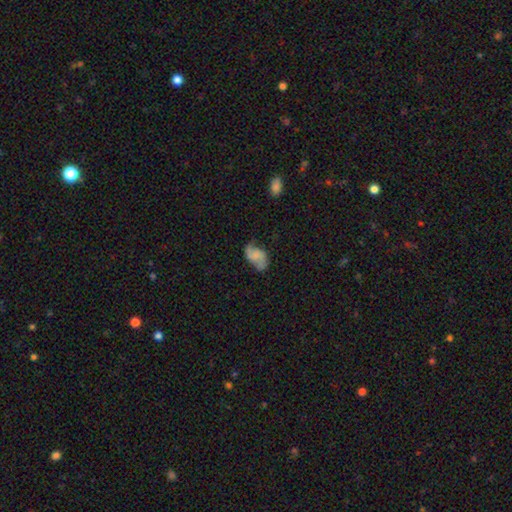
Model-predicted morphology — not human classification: Smooth or featured? featured or disk (58%)
Edge-on disk? no (97%)
Bar? no (56%)
Spiral arms? yes (90%)
Spiral winding? loose (58%)
Spiral arm count? 2 (88%)
Bulge size? none (62%)
Merging? none (62%)